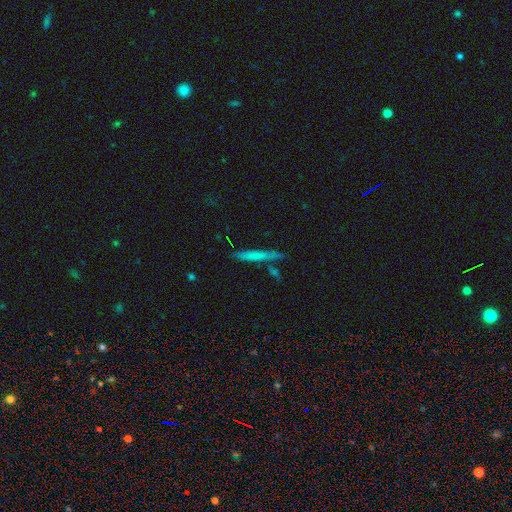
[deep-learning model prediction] smooth 62%, featured or disk 30%, star or artifact 8%. Down the decision tree: how rounded — cigar-shaped (94%); merging — none (79%).